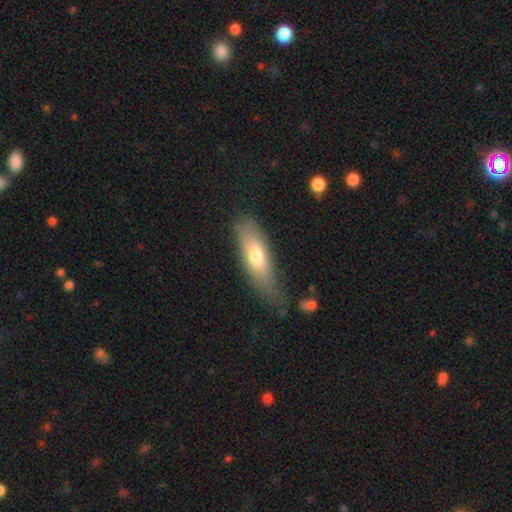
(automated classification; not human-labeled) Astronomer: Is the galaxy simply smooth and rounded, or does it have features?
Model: smooth — 69%.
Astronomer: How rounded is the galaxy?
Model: in between — 55% (runner-up: cigar-shaped, 43%).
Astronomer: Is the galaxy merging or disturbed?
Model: none — 63%.